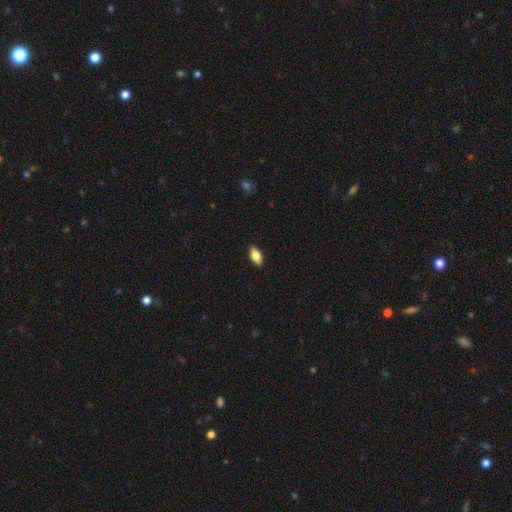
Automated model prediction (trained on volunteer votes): The model was most divided on "smooth or featured": smooth: 77%, featured or disk: 16%, star or artifact: 7%. More confident: merging — none (90%); how rounded — in between (89%).